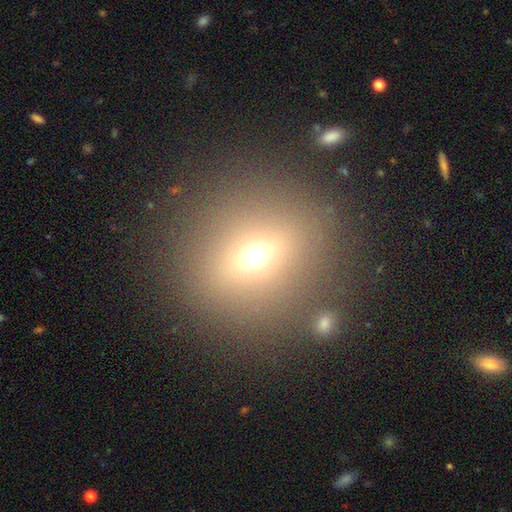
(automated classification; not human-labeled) Smooth or featured: smooth — 56% (featured or disk — 24%)
How rounded: round — 76% (in between — 21%)
Merging: none — 84% (minor disturbance — 8%)